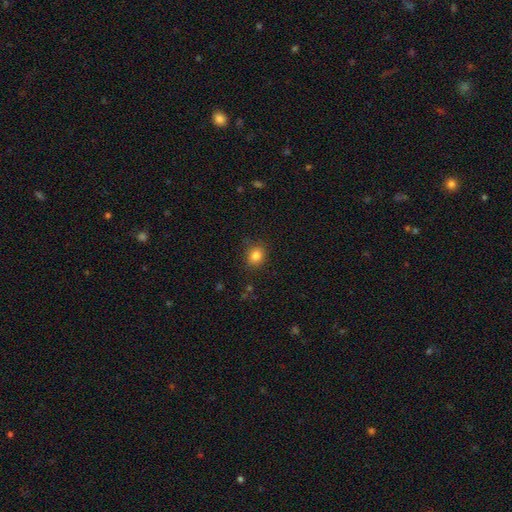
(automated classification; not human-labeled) Morphology: type=smooth (84%); roundness=round (65%); merging=none (85%).